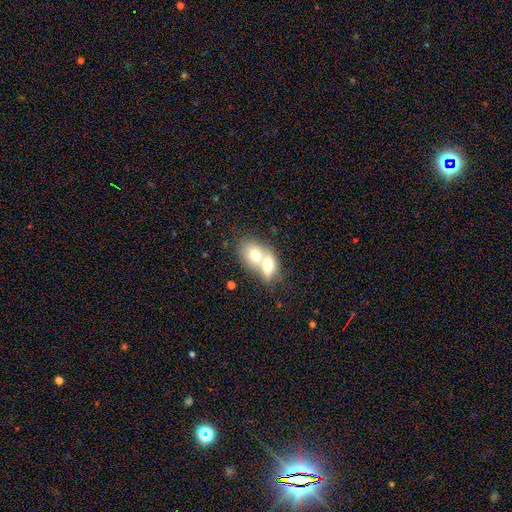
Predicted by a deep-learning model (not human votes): smooth 68%, featured or disk 25%, star or artifact 7%. Down the decision tree: how rounded — in between (71%); merging — merger (76%).